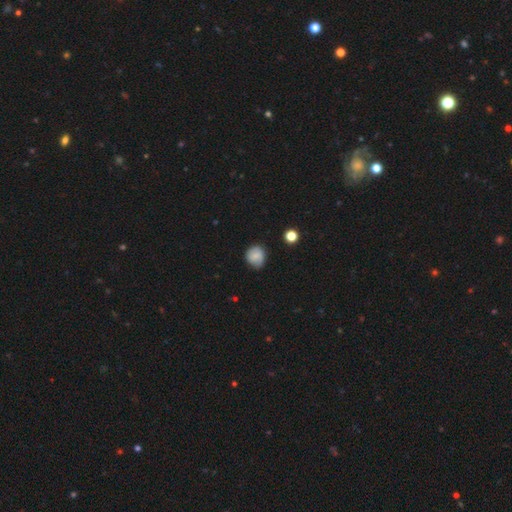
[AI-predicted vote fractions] The model was most divided on "merging": none: 64%, minor disturbance: 28%, major disturbance: 6%, merger: 2%. More confident: how rounded — round (77%); smooth or featured — smooth (75%).